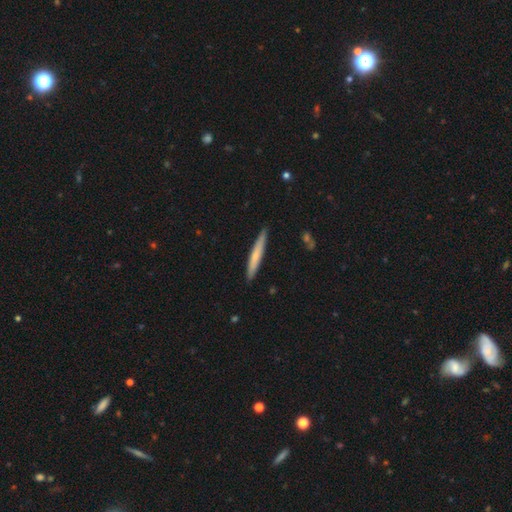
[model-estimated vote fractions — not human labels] Overall: smooth (64%; featured or disk 30%). How rounded: cigar-shaped (96%). Merging: none (89%).